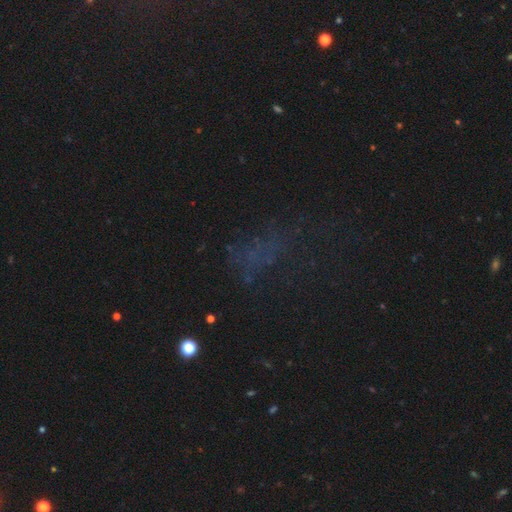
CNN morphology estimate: Smooth or featured? star or artifact (49%)